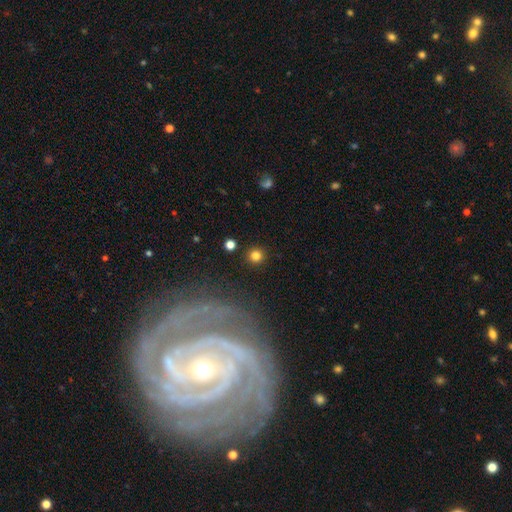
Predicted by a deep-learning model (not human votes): A smooth galaxy with no disk features (80%) that is round (95%).

Vote fractions:
- Smooth or featured? smooth: 80% / star or artifact: 14% / featured or disk: 6%
- How rounded? round: 95% / in between: 4% / cigar-shaped: 1%
- Merging? none: 91% / minor disturbance: 5% / major disturbance: 2% / merger: 2%